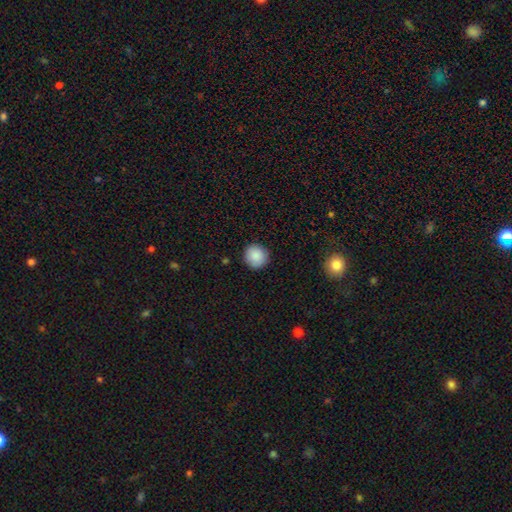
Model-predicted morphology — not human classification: Q: Smooth or featured?
A: smooth (88%); runner-up: star or artifact (8%)
Q: How rounded?
A: round (94%); runner-up: in between (5%)
Q: Merging?
A: none (91%); runner-up: minor disturbance (6%)